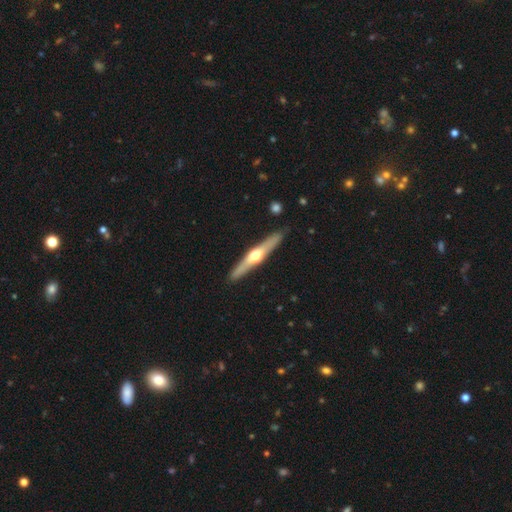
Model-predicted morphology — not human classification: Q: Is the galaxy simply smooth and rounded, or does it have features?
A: featured or disk — 68%.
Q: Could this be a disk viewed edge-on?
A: yes — 96%.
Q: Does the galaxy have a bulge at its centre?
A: rounded — 93%.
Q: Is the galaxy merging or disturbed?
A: none — 90%.